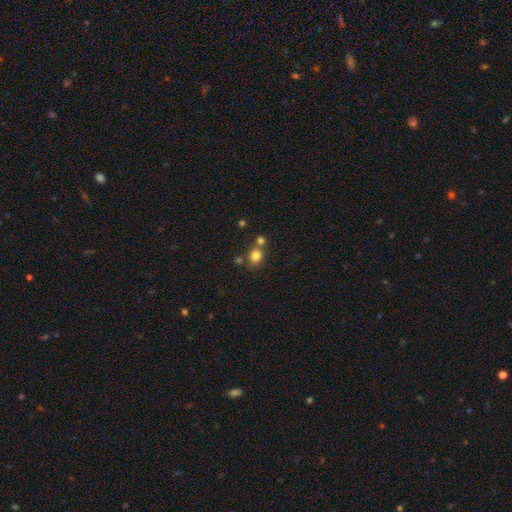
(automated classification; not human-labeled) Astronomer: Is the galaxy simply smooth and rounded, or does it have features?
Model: smooth — 81%.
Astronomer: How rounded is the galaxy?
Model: round — 66%.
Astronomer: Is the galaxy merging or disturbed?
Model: none — 61%.